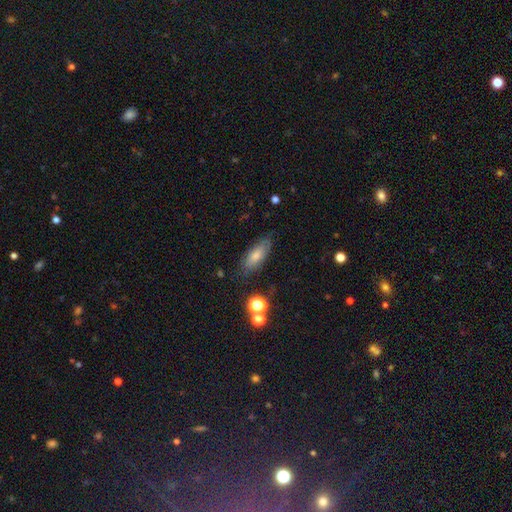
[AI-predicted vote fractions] A smooth galaxy with no disk features (59%) that is in between round and cigar-shaped (68%). Merging: none (76%).